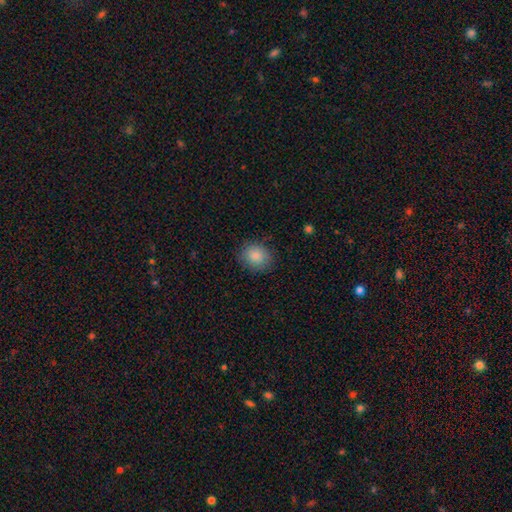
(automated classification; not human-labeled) Smooth or featured?
  - smooth: 86% *
  - star or artifact: 8%
  - featured or disk: 6%
How rounded?
  - round: 72% *
  - in between: 27%
  - cigar-shaped: 1%
Merging?
  - none: 84% *
  - minor disturbance: 12%
  - major disturbance: 3%
  - merger: 1%